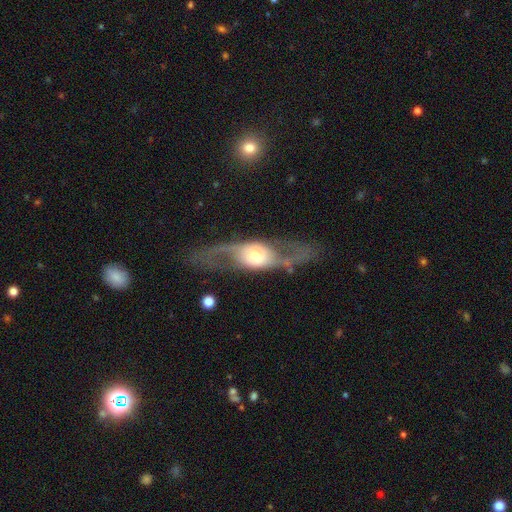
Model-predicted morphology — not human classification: Q: Smooth or featured?
A: featured or disk (74%); runner-up: smooth (21%)
Q: Edge-on disk?
A: no (73%); runner-up: yes (27%)
Q: Bar?
A: no (65%); runner-up: weak (22%)
Q: Spiral arms?
A: yes (71%); runner-up: no (29%)
Q: Bulge size?
A: moderate (40%); runner-up: large (28%)
Q: Merging?
A: none (61%); runner-up: major disturbance (20%)